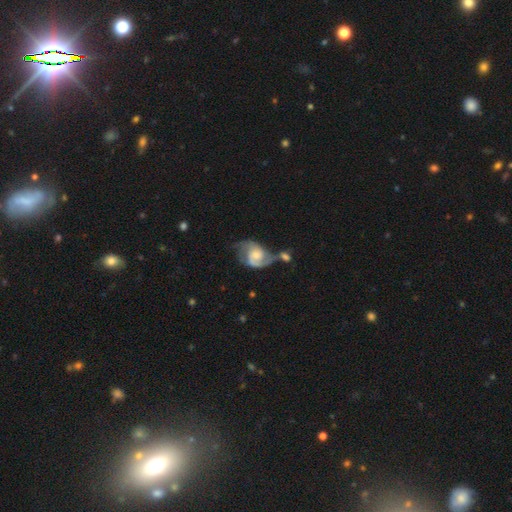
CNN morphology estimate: A featured or disk galaxy (77%) with no bar (60%), 2 (81%) medium (45%) spiral arms (92%) and a moderate central bulge (36%). Merging: merger (35%).